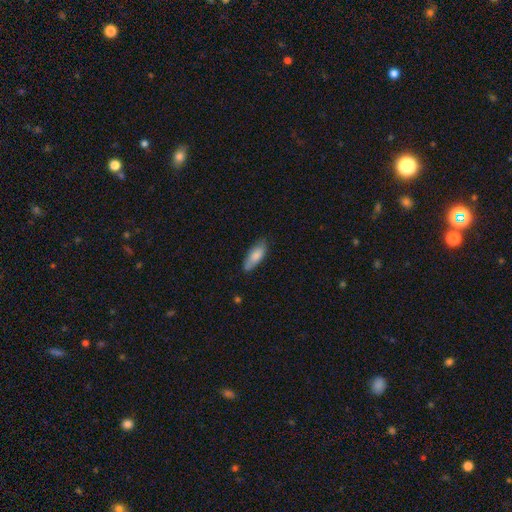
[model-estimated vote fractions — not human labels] A smooth galaxy with no disk features (82%) that is in between round and cigar-shaped (67%). Merging: none (77%).